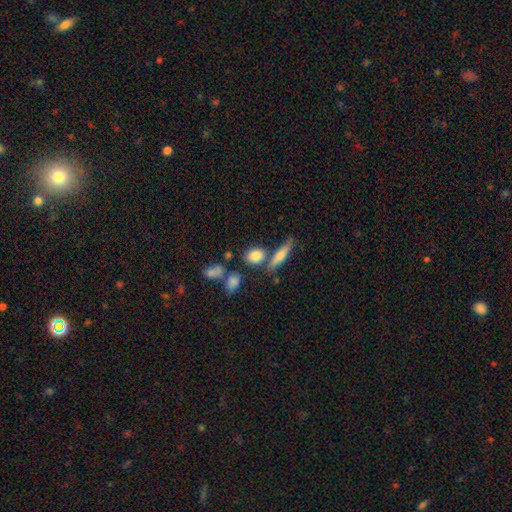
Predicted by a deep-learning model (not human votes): smooth-or-featured: smooth: 81% | featured or disk: 10% | star or artifact: 9%
  how-rounded: in between: 49% | round: 43% | cigar-shaped: 8%
  merging: none: 66% | merger: 18% | minor disturbance: 12% | major disturbance: 4%